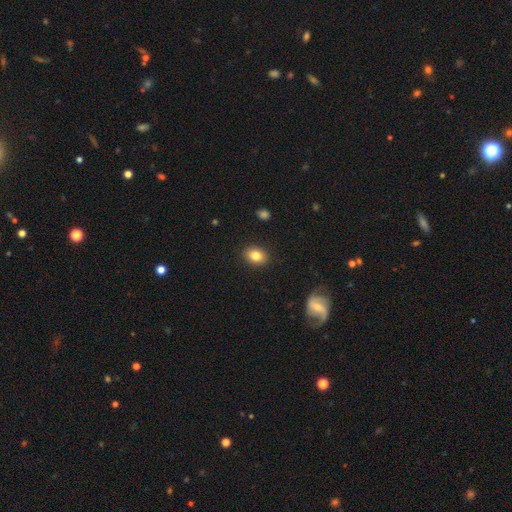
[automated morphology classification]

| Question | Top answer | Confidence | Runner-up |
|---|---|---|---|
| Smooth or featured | smooth | 84% | star or artifact (8%) |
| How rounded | in between | 68% | round (30%) |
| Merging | none | 89% | minor disturbance (8%) |